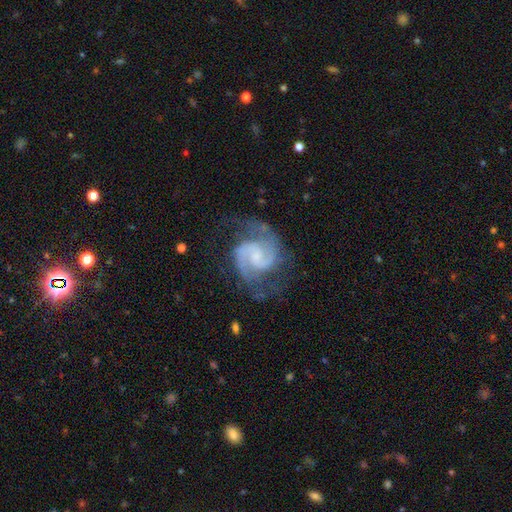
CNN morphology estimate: Smooth or featured? featured or disk (91%)
Edge-on disk? no (98%)
Bar? no (46%)
Spiral arms? yes (98%)
Spiral winding? medium (60%)
Spiral arm count? 2 (92%)
Bulge size? small (50%)
Merging? none (71%)